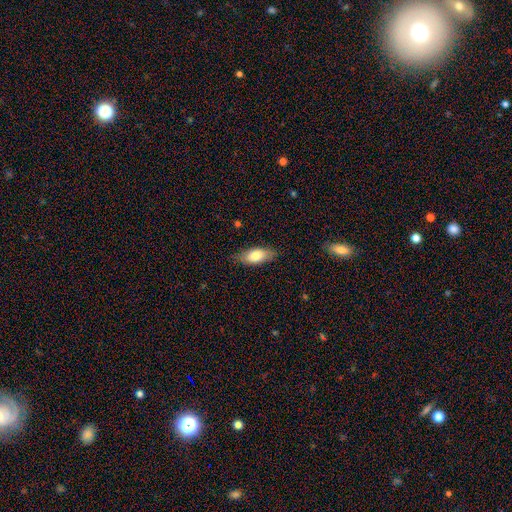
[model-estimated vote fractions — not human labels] This is likely a smooth galaxy (78%). How rounded: clearly in between (83%). Merging: clearly none (82%).